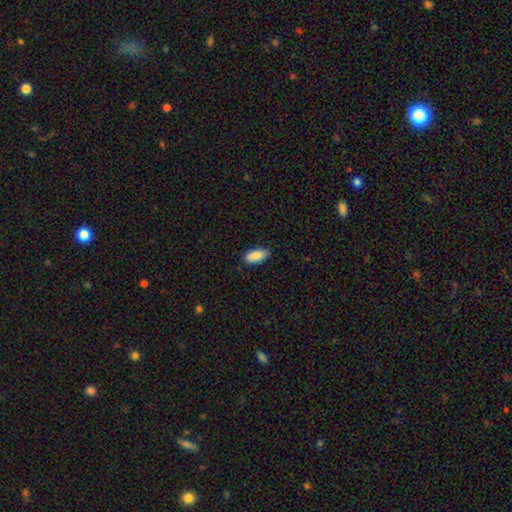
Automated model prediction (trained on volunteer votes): Smooth or featured? Predicted: smooth (p=0.90). How rounded? Predicted: in between (p=0.89). Merging? Predicted: none (p=0.87).